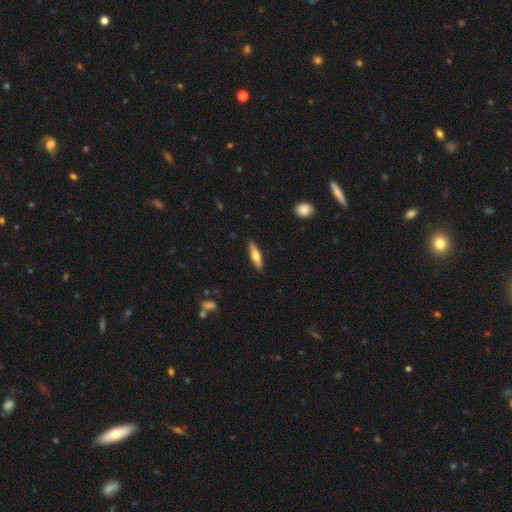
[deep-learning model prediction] Smooth or featured? smooth (57%)
How rounded? cigar-shaped (69%)
Merging? none (89%)